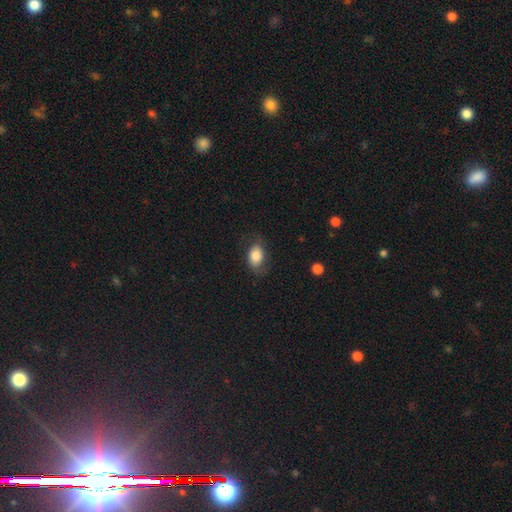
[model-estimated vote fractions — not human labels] smooth_or_featured: smooth (p=0.74) [alt: featured or disk p=0.19]
how_rounded: in between (p=0.84) [alt: round p=0.14]
merging: none (p=0.63) [alt: minor disturbance p=0.24]